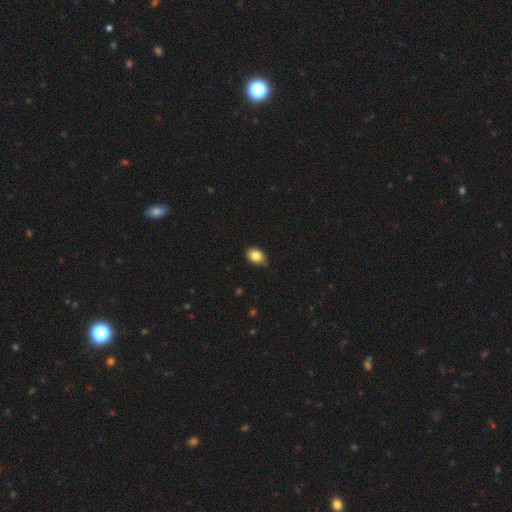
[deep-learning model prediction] Smooth or featured? Predicted: smooth (p=0.84). How rounded? Predicted: in between (p=0.78). Merging? Predicted: none (p=0.80).